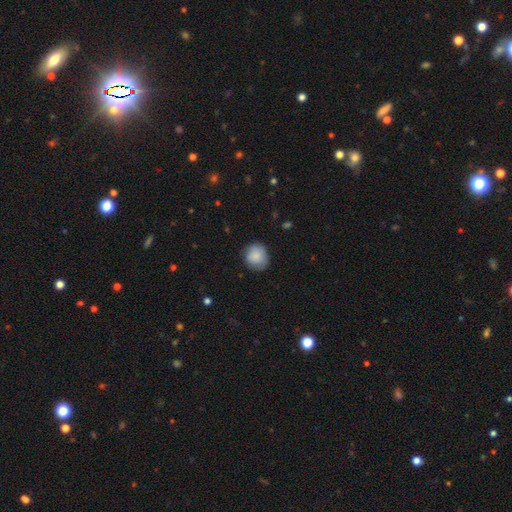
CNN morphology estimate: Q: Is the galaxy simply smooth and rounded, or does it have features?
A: smooth — 84%.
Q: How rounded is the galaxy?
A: round — 84%.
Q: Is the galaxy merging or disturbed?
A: none — 78%.